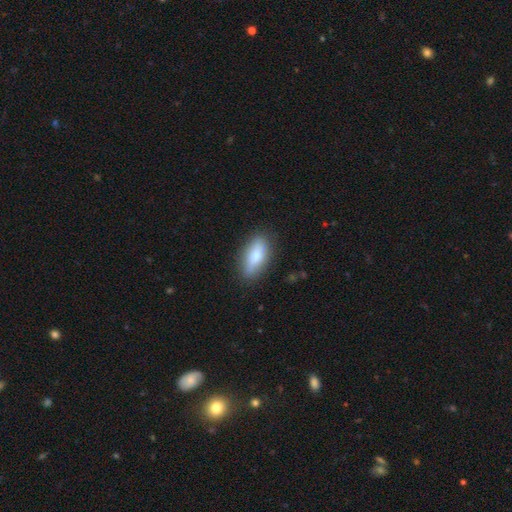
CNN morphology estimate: A smooth galaxy with no disk features (77%) that is in between round and cigar-shaped (76%). Merging: none (83%).